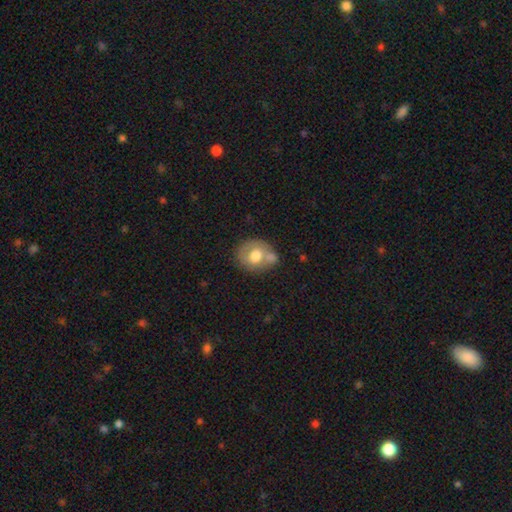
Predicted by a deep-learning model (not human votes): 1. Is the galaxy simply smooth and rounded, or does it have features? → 62% smooth, 30% featured or disk, 8% star or artifact.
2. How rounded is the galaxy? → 65% round, 34% in between, 1% cigar-shaped.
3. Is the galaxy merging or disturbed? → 43% none, 31% merger, 19% minor disturbance, 7% major disturbance.